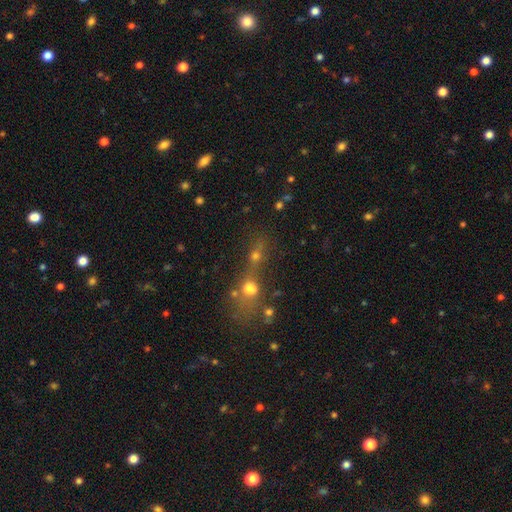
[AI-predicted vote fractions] Morphology: type=smooth (53%); roundness=round (57%); merging=merger (59%).